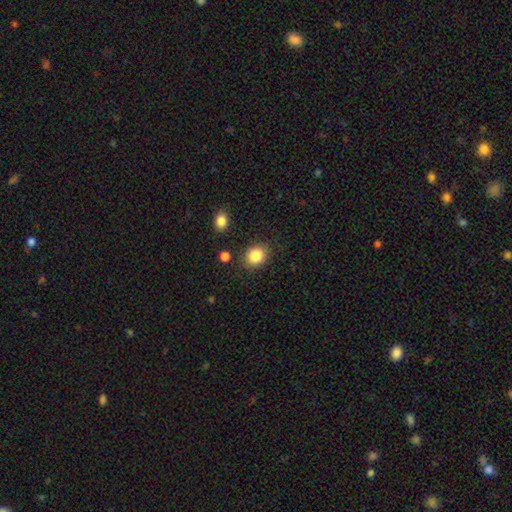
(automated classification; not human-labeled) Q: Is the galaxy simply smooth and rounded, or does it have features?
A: smooth — 86%.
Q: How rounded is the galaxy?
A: round — 61%.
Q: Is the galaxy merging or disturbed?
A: none — 84%.